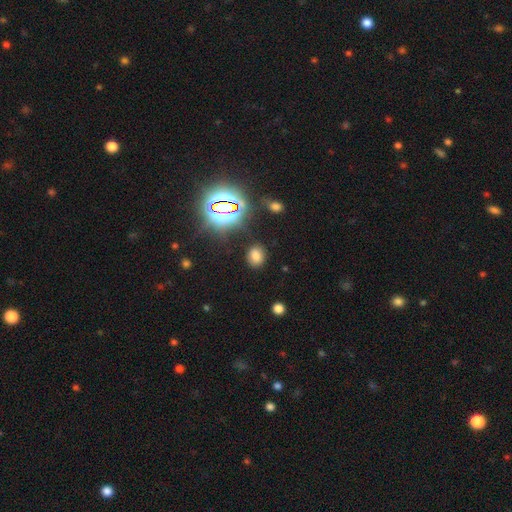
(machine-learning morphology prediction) smooth-or-featured: smooth: 69% | star or artifact: 23% | featured or disk: 8%
  how-rounded: in between: 56% | round: 42% | cigar-shaped: 1%
  merging: none: 83% | minor disturbance: 11% | major disturbance: 4% | merger: 2%